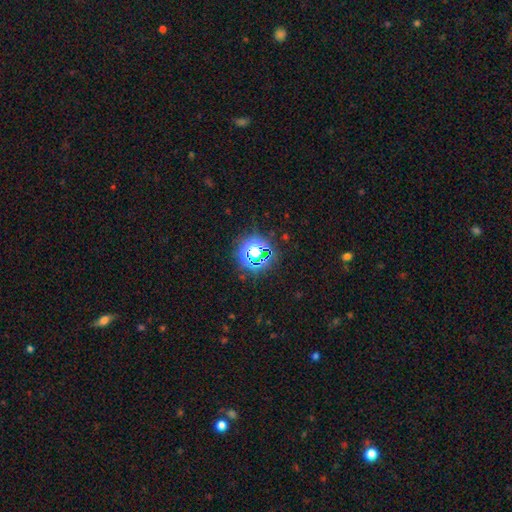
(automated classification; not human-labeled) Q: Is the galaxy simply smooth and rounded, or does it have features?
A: star or artifact — 74%.